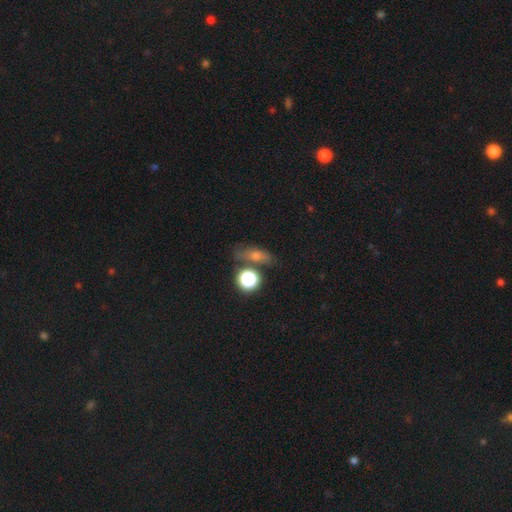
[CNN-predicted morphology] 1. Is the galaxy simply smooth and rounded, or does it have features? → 52% smooth, 25% star or artifact, 23% featured or disk.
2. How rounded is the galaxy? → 49% in between, 29% round, 22% cigar-shaped.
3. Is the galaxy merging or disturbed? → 66% none, 16% minor disturbance, 11% merger, 7% major disturbance.